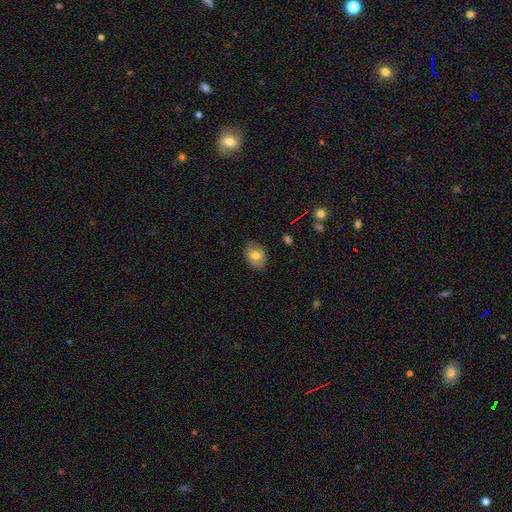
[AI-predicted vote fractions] Smooth or featured?
  - smooth: 76% *
  - featured or disk: 16%
  - star or artifact: 8%
How rounded?
  - in between: 73% *
  - round: 26%
  - cigar-shaped: 1%
Merging?
  - none: 84% *
  - minor disturbance: 13%
  - major disturbance: 2%
  - merger: 1%